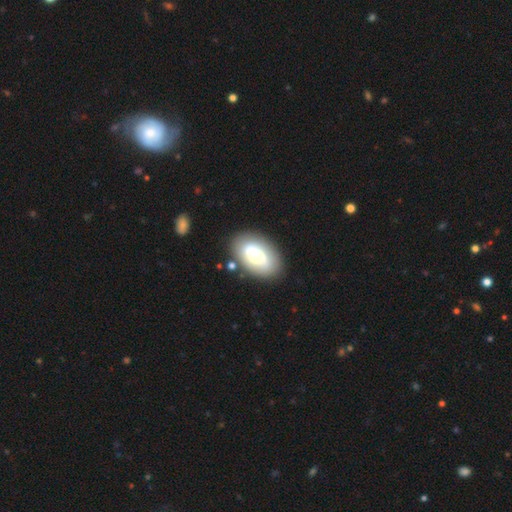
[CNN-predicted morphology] Overall: featured or disk (51%; smooth 42%). Edge-on disk: no (94%). Merging: none (78%).